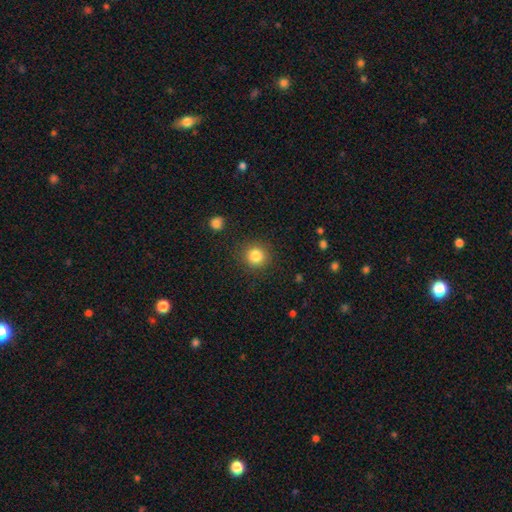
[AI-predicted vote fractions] This appears to be a smooth galaxy with no disk features (84%) that is round (92%). Merging: none (89%).